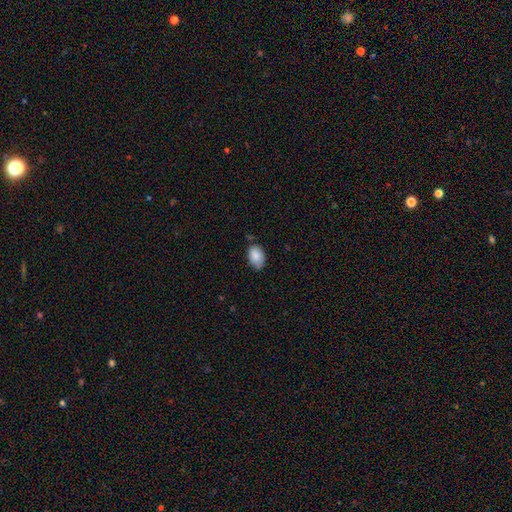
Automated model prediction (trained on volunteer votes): This is clearly a smooth galaxy (87%). How rounded: clearly in between (88%). Merging: likely none (70%).